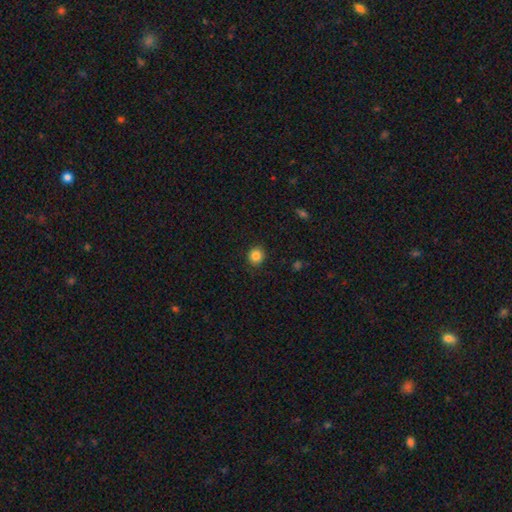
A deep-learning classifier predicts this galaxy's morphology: This is clearly a smooth galaxy (85%). How rounded: clearly round (87%). Merging: clearly none (91%).